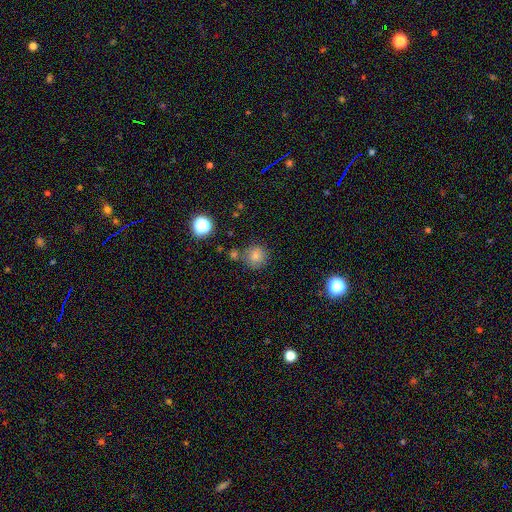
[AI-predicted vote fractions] This is likely a smooth galaxy (80%). How rounded: clearly round (92%). Merging: likely none (72%).